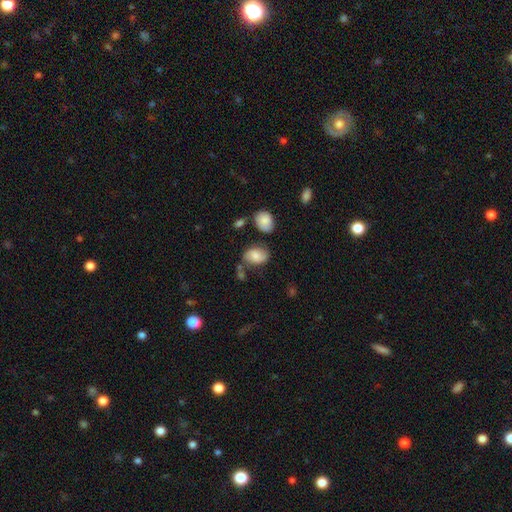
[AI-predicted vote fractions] Smooth or featured?
  - smooth: 65% *
  - featured or disk: 26%
  - star or artifact: 9%
How rounded?
  - in between: 80% *
  - round: 19%
  - cigar-shaped: 1%
Merging?
  - none: 55% *
  - minor disturbance: 26%
  - major disturbance: 10%
  - merger: 9%